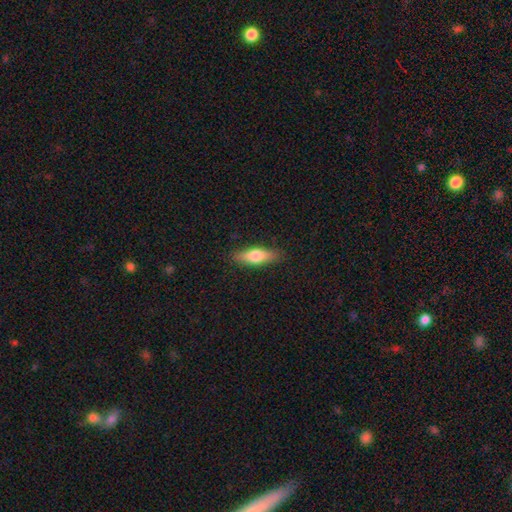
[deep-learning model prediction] The model was most divided on "how rounded": in between: 52%, cigar-shaped: 45%, round: 3%. More confident: merging — none (86%); smooth or featured — smooth (66%).